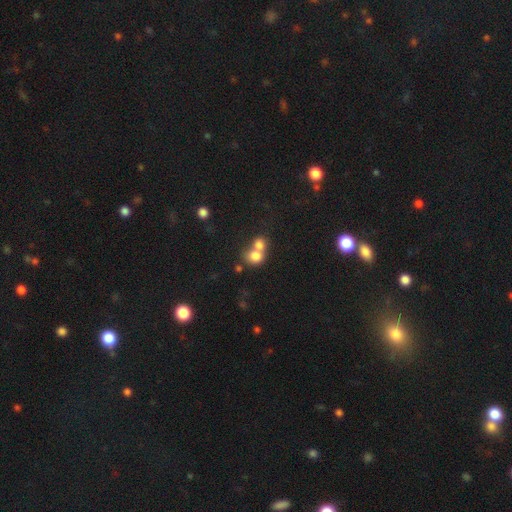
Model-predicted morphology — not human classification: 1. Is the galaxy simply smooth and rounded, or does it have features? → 77% smooth, 13% featured or disk, 10% star or artifact.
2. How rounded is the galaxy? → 68% round, 31% in between, 1% cigar-shaped.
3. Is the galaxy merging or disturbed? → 64% merger, 27% none, 6% minor disturbance, 3% major disturbance.